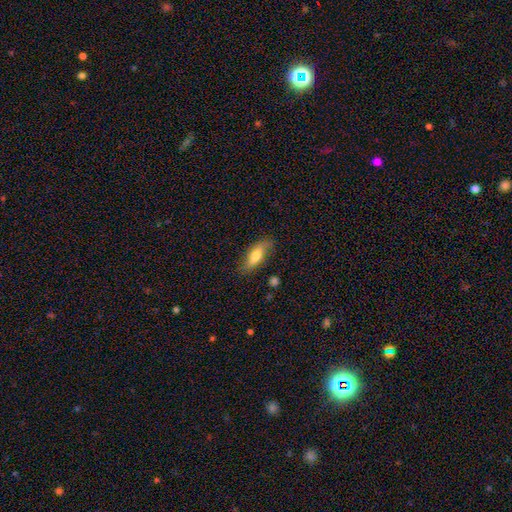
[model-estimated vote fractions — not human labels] This is likely a smooth galaxy (63%). How rounded: likely in between (65%). Merging: likely none (75%).